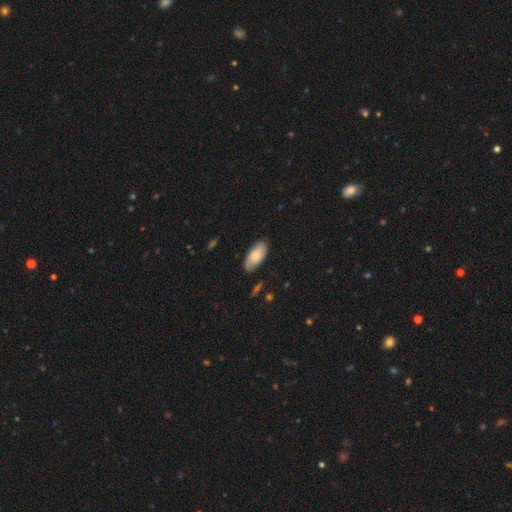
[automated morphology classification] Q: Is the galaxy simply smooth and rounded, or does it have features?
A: smooth — 73%.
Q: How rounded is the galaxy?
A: in between — 91%.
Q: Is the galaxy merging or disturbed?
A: none — 81%.